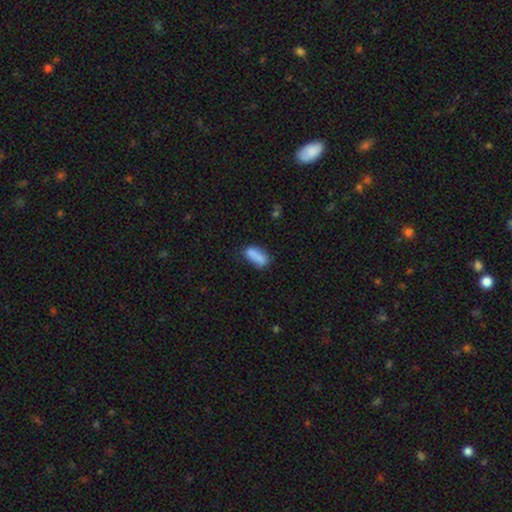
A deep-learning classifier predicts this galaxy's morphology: This appears to be a smooth galaxy with no disk features (82%) that is in between round and cigar-shaped (69%). Merging: none (60%).